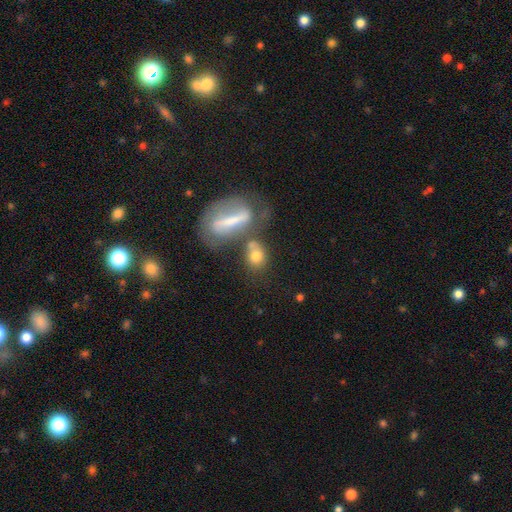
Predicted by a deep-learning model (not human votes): smooth 68%, featured or disk 22%, star or artifact 10%. Down the decision tree: how rounded — in between (49%); merging — none (40%).